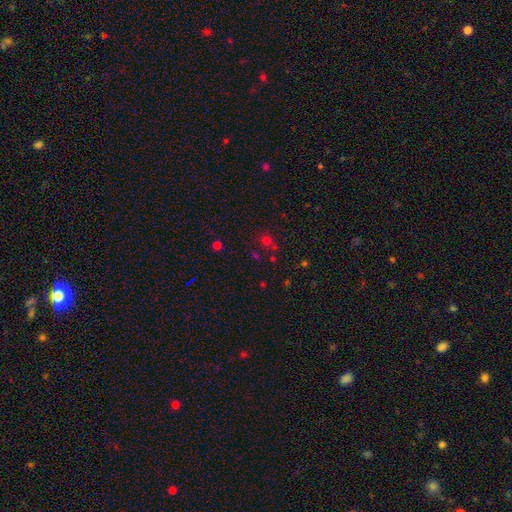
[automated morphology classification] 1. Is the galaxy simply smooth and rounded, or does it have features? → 48% smooth, 43% star or artifact, 9% featured or disk.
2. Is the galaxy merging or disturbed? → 64% none, 16% merger, 13% minor disturbance, 7% major disturbance.